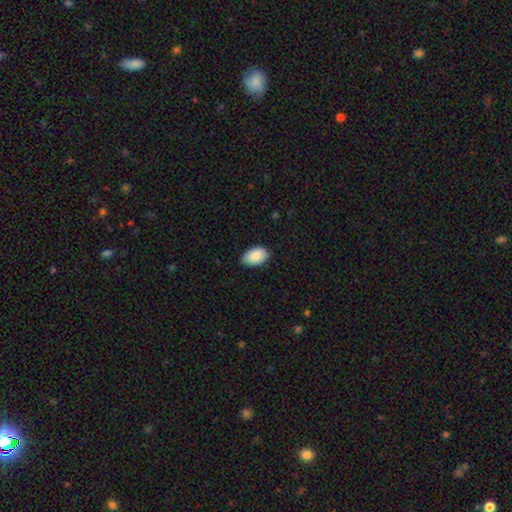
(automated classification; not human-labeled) Q: Smooth or featured?
A: smooth (89%); runner-up: star or artifact (6%)
Q: How rounded?
A: in between (94%); runner-up: round (5%)
Q: Merging?
A: none (80%); runner-up: minor disturbance (17%)